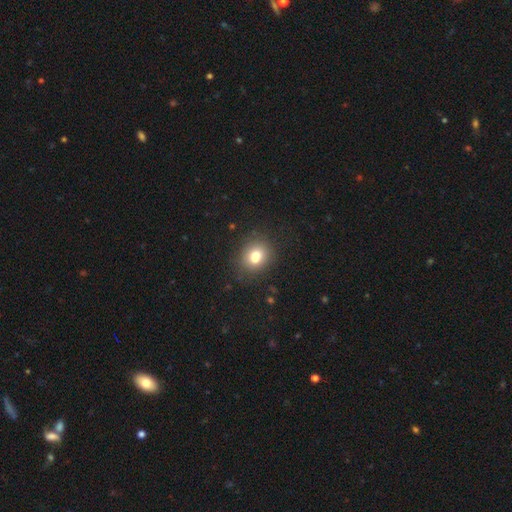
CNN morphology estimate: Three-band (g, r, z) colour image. It shows a smooth galaxy with no disk features (76%) that is round (64%). Merging: none (73%).